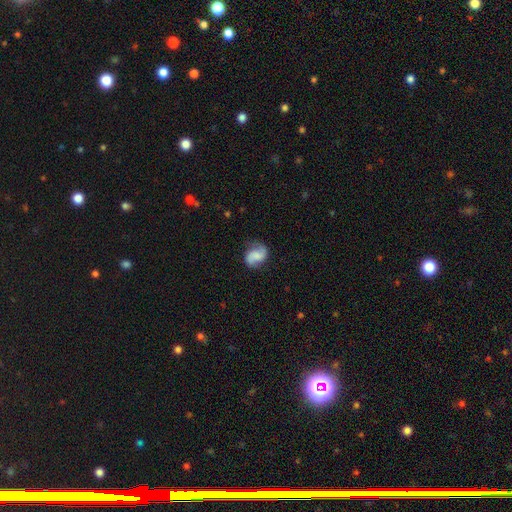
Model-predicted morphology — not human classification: Smooth or featured: featured or disk — 61% (smooth — 31%)
Edge-on disk: no — 98% (yes — 2%)
Bar: no — 54% (weak — 35%)
Spiral arms: yes — 94% (no — 6%)
Spiral winding: loose — 45% (medium — 39%)
Spiral arm count: 2 — 90% (1 — 4%)
Bulge size: none — 43% (small — 23%)
Merging: none — 73% (minor disturbance — 18%)